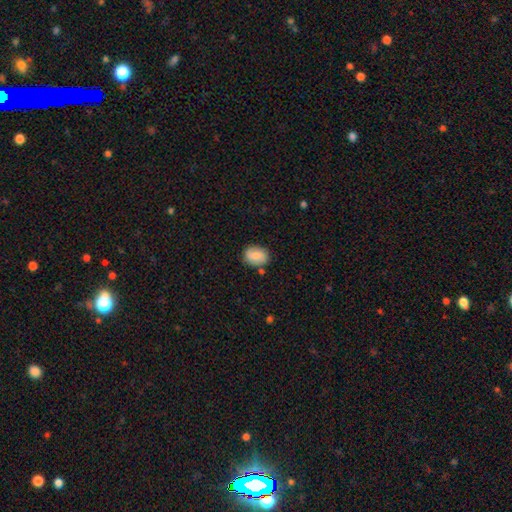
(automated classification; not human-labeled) Smooth or featured? Predicted: smooth (p=0.69). How rounded? Predicted: in between (p=0.59). Merging? Predicted: none (p=0.79).